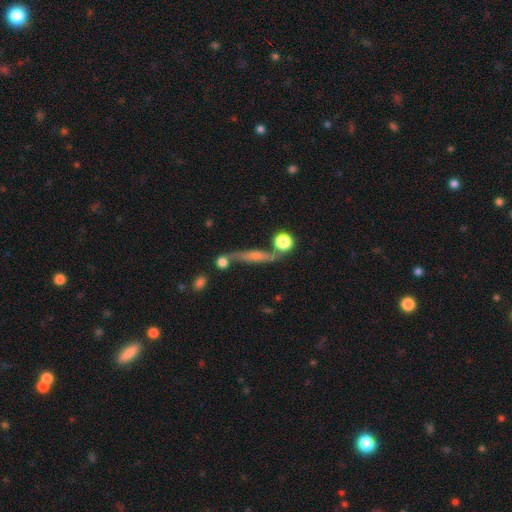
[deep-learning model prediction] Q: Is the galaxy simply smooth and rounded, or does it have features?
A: featured or disk — 66%.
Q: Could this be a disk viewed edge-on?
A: yes — 79%.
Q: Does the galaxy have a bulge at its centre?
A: rounded — 74%.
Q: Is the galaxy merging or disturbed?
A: none — 67%.